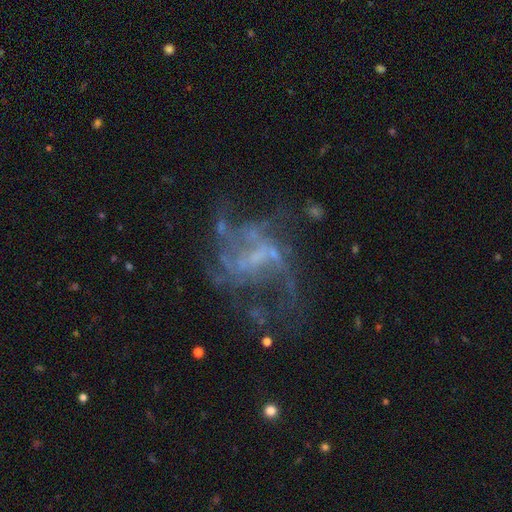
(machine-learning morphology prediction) smooth-or-featured: featured or disk: 77% | star or artifact: 15% | smooth: 8%
  disk-edge-on: no: 98% | yes: 2%
    bar: no: 42% (tied) | weak: 42% (tied) | strong: 16%
    has-spiral-arms: yes: 73% | no: 27%
      spiral-winding: loose: 61% | medium: 30% | tight: 9%
      spiral-arm-count: can't tell: 30% | 2: 29% | 3: 18% | 4: 9% | 1: 8% | more than 4: 6%
    bulge-size: none: 51% | small: 33% | moderate: 12% | large: 2% | dominant: 1%
  merging: none: 43% | major disturbance: 37% | minor disturbance: 14% | merger: 6%